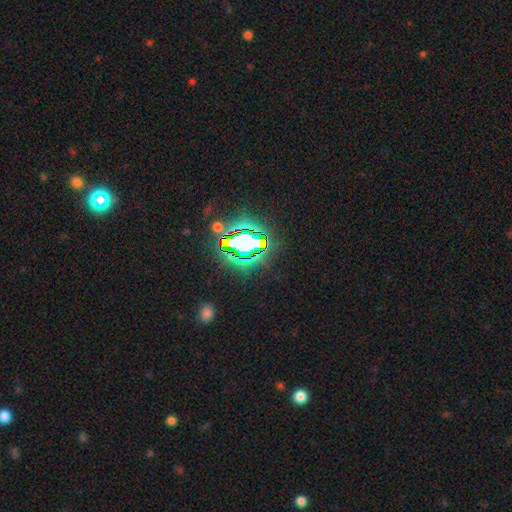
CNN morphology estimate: star or artifact 83%, smooth 10%, featured or disk 7%.